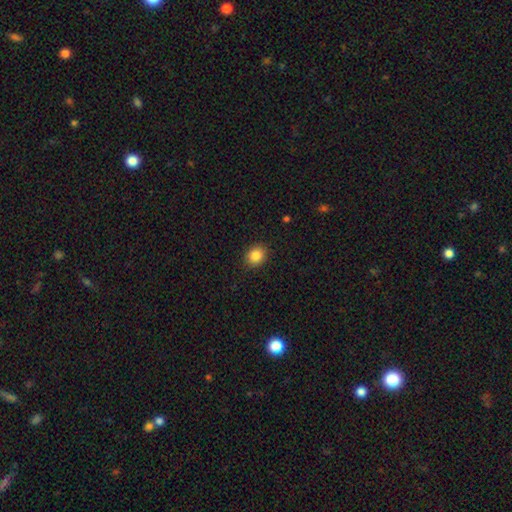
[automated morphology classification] The model was most divided on "how rounded": round: 68%, in between: 31%, cigar-shaped: 1%. More confident: merging — none (90%); smooth or featured — smooth (85%).